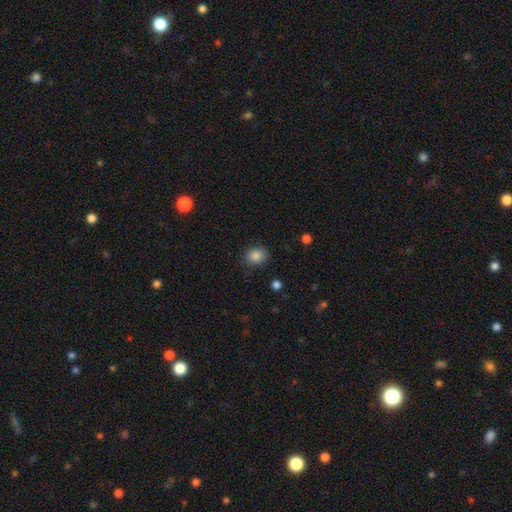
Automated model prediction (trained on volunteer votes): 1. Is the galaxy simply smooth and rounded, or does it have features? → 86% smooth, 10% star or artifact, 4% featured or disk.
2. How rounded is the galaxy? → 61% round, 38% in between, 1% cigar-shaped.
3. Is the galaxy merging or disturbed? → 81% none, 14% minor disturbance, 3% major disturbance, 1% merger.